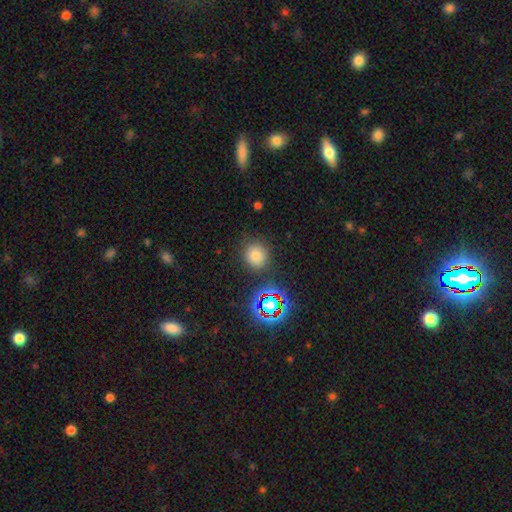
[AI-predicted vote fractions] Smooth or featured?
  - smooth: 73% *
  - star or artifact: 20%
  - featured or disk: 7%
How rounded?
  - round: 85% *
  - in between: 14%
  - cigar-shaped: 1%
Merging?
  - none: 86% *
  - minor disturbance: 8%
  - major disturbance: 3%
  - merger: 3%